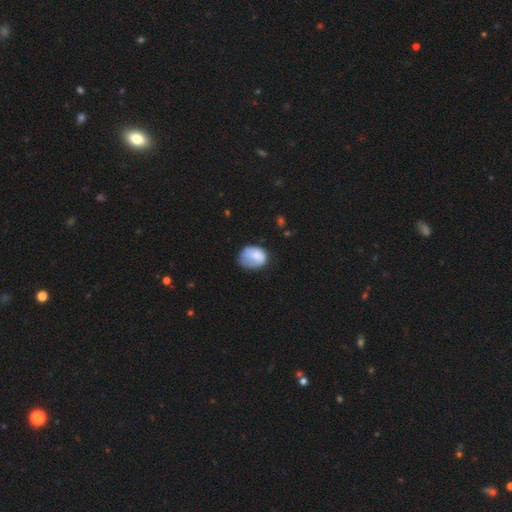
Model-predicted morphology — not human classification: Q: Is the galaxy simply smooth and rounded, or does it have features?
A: smooth — 75%.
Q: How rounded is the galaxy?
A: in between — 58%.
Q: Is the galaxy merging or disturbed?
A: none — 43%.